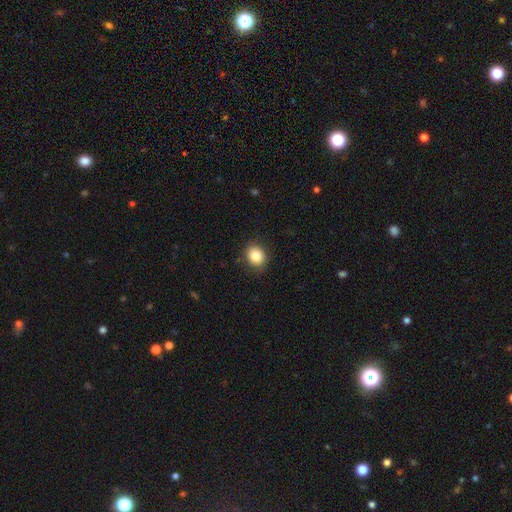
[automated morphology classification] Smooth or featured: smooth — 83% (star or artifact — 10%)
How rounded: round — 63% (in between — 36%)
Merging: none — 88% (minor disturbance — 9%)